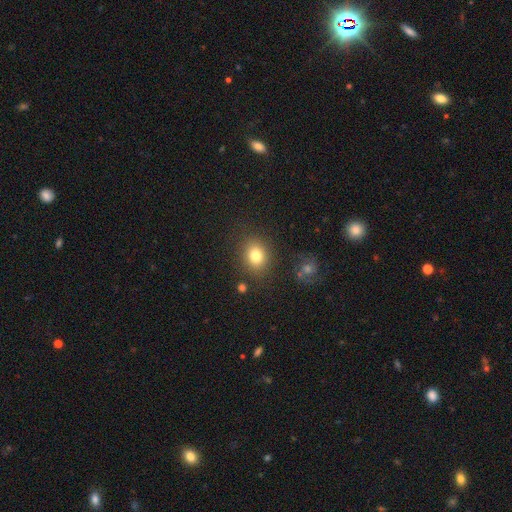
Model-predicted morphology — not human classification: type=smooth (80%); roundness=round (59%); merging=none (83%).